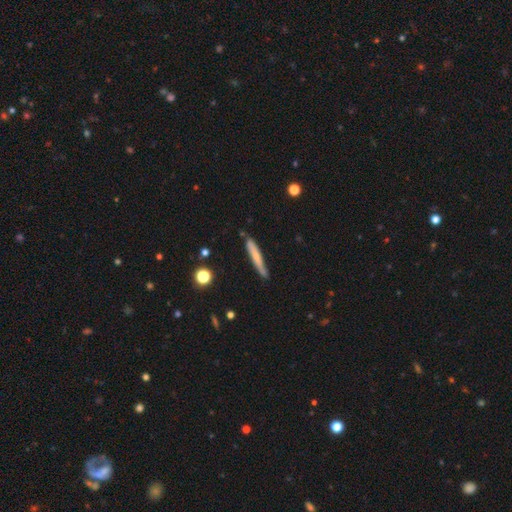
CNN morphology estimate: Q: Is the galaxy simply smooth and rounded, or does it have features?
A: smooth — 62%.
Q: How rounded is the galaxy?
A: cigar-shaped — 94%.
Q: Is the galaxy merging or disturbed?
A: none — 75%.